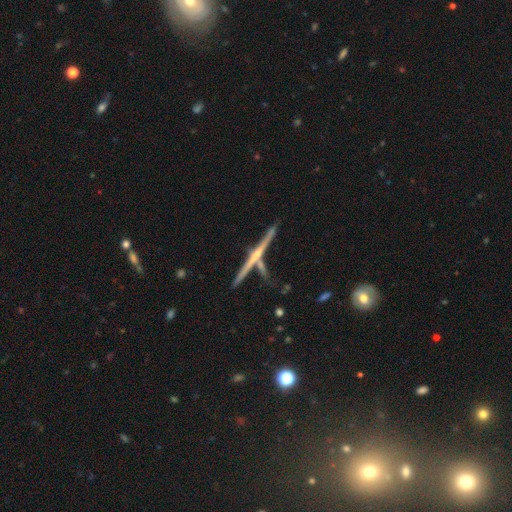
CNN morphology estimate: Smooth or featured? Predicted: featured or disk (p=0.76). Edge-on disk? Predicted: yes (p=0.98). Edge-on bulge? Predicted: rounded (p=0.54). Merging? Predicted: none (p=0.76).